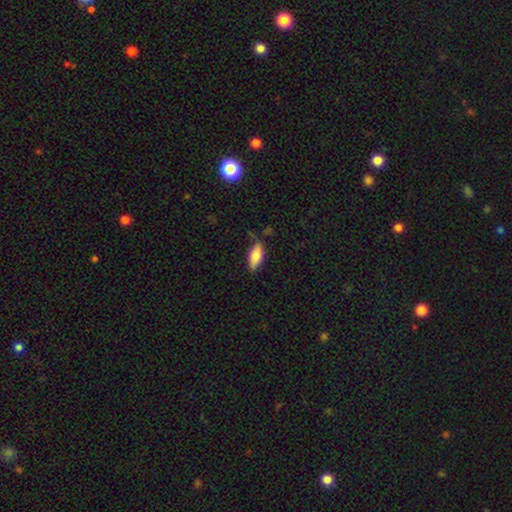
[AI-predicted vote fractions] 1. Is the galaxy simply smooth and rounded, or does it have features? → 81% smooth, 13% featured or disk, 6% star or artifact.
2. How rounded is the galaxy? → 81% in between, 17% cigar-shaped, 2% round.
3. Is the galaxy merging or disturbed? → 72% none, 21% minor disturbance, 4% major disturbance, 3% merger.